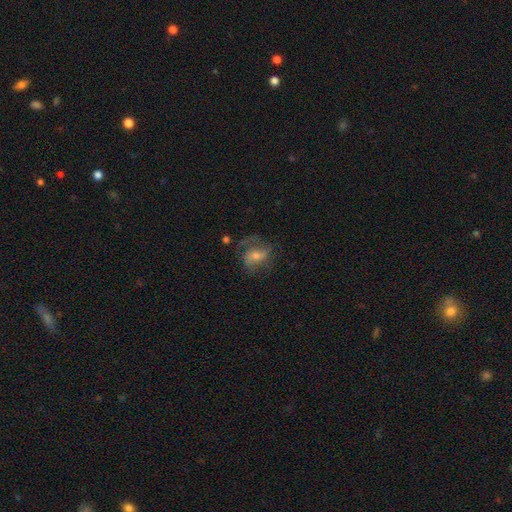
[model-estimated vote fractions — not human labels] The model was most divided on "bulge size": moderate: 48%, small: 41%, large: 5%, none: 5%, dominant: 1%. Remaining: edge-on disk — no (97%); spiral arms — yes (81%); smooth or featured — featured or disk (60%); bar — no (50%); merging — none (49%).